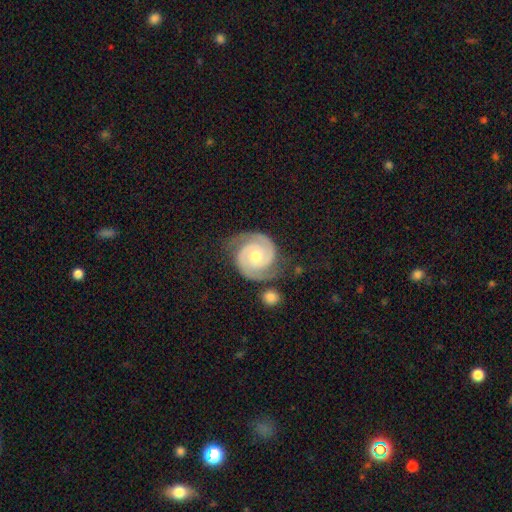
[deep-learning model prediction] Morphology: type=featured or disk (91%); edge-on=no (98%); bar=no (70%); spiral arms=yes (98%); winding=tight (67%); arm count=2 (93%); bulge=moderate (69%); merging=none (75%).